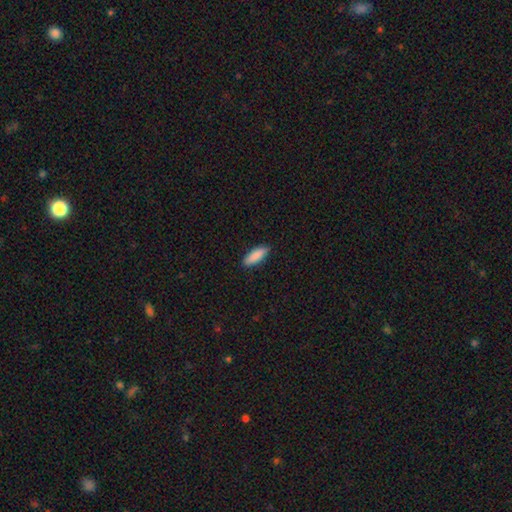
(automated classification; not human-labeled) Morphology: type=smooth (88%); roundness=in between (56%); merging=none (89%).